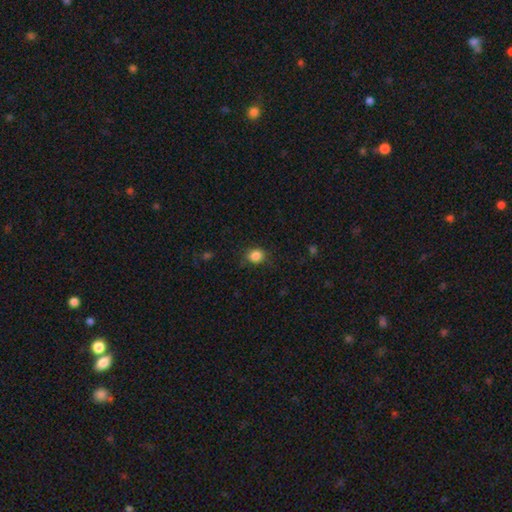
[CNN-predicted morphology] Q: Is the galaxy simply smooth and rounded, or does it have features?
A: smooth — 86%.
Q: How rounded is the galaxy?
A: round — 64%.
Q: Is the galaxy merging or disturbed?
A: none — 83%.